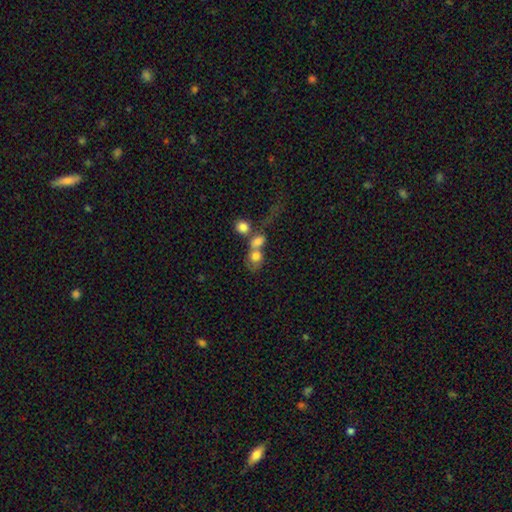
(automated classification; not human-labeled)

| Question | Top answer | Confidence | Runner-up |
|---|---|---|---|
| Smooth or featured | smooth | 71% | featured or disk (19%) |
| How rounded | round | 55% | in between (43%) |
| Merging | merger | 64% | none (18%) |